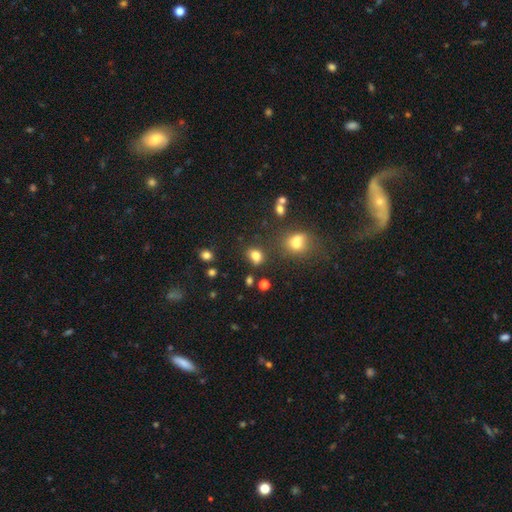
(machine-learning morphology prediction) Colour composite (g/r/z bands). It shows a smooth galaxy with no disk features (78%) that is in between round and cigar-shaped (60%). Merging: none (67%).